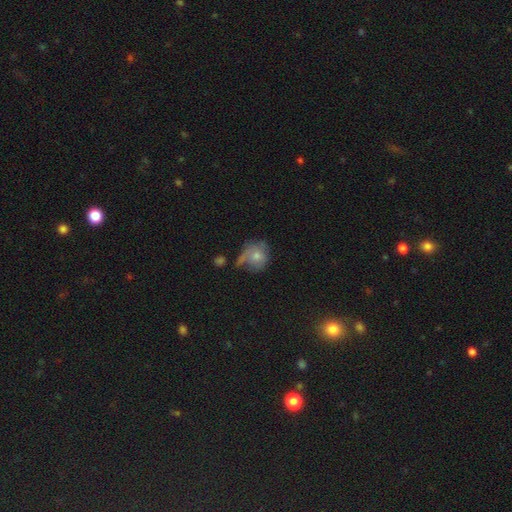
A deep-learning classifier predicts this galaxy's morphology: smooth-or-featured: smooth: 64% | featured or disk: 27% | star or artifact: 9%
  how-rounded: round: 74% | in between: 24% | cigar-shaped: 1%
  merging: none: 40% | minor disturbance: 28% | major disturbance: 22% | merger: 10%